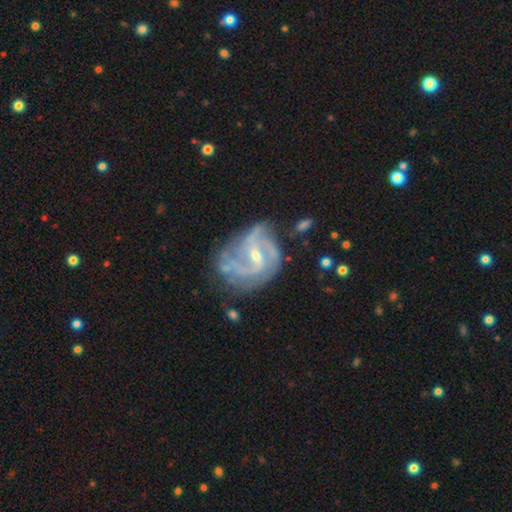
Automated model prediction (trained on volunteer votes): featured or disk 88%, smooth 6%, star or artifact 6%. Down the decision tree: edge-on disk — no (98%); bar — weak (54%); spiral arms — yes (95%); spiral arm count — 2 (48%); spiral winding — medium (49%); bulge size — small (58%); merging — none (52%).